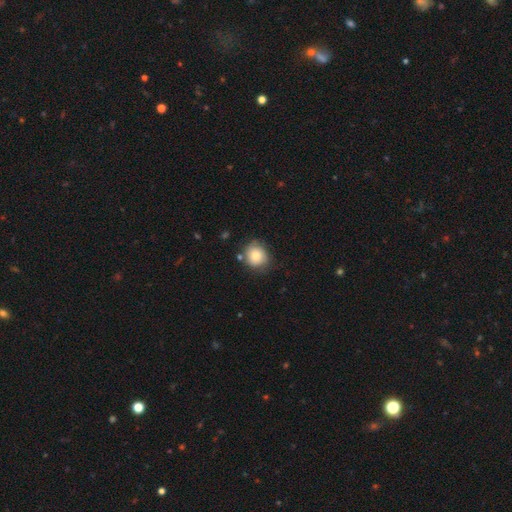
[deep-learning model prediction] This is likely a smooth galaxy (80%). How rounded: clearly round (85%). Merging: likely none (71%).